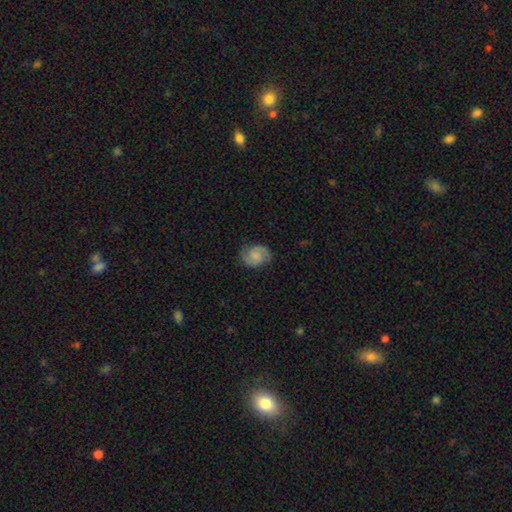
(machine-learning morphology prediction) This is likely a featured or disk galaxy (69%). It is clearly not viewed edge-on (98%). Bar: possibly no (54%). Spiral arm pattern: clearly yes (95%). Spiral arm count: clearly 2 (90%). Spiral winding: possibly medium (49%). Central bulge: possibly none (45%). Merging: clearly none (80%).